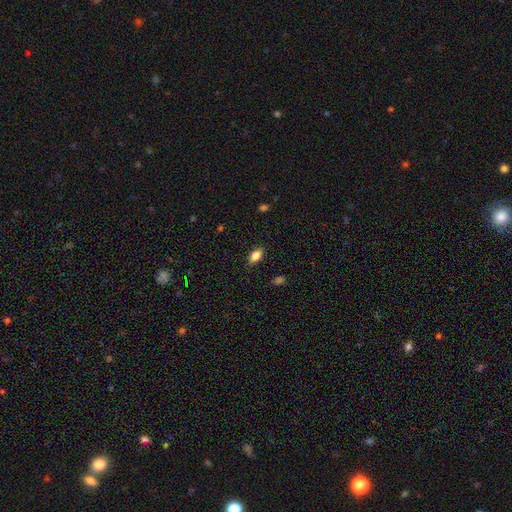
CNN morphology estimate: Smooth or featured? Predicted: smooth (p=0.84). How rounded? Predicted: in between (p=0.89). Merging? Predicted: none (p=0.86).